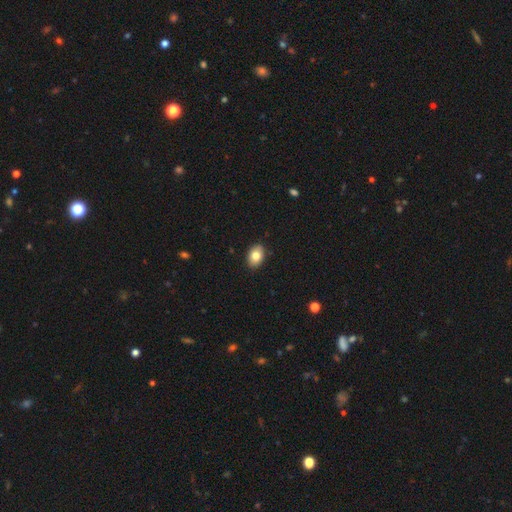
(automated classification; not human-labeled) Smooth or featured? smooth (81%)
How rounded? in between (81%)
Merging? none (89%)